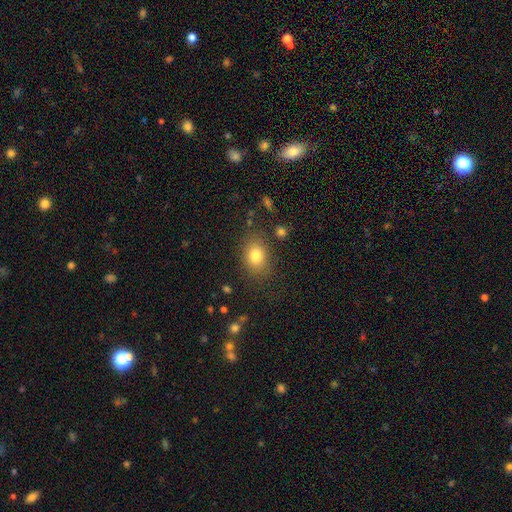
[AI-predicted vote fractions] Smooth or featured? Predicted: smooth (p=0.80). How rounded? Predicted: in between (p=0.64). Merging? Predicted: none (p=0.79).